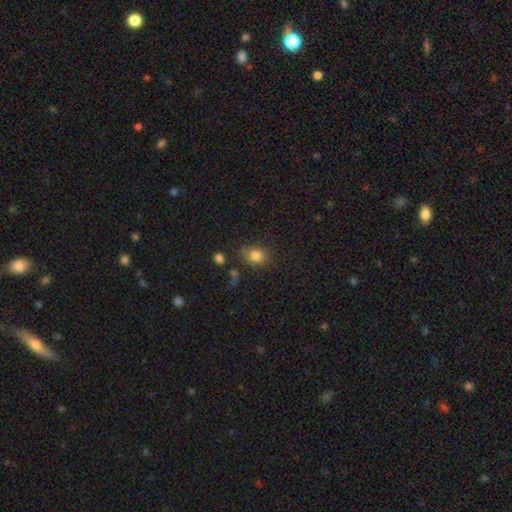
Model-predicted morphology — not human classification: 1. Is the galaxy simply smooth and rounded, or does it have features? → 81% smooth, 12% star or artifact, 8% featured or disk.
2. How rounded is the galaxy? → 55% round, 44% in between, 1% cigar-shaped.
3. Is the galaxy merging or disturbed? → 68% none, 18% minor disturbance, 7% merger, 7% major disturbance.